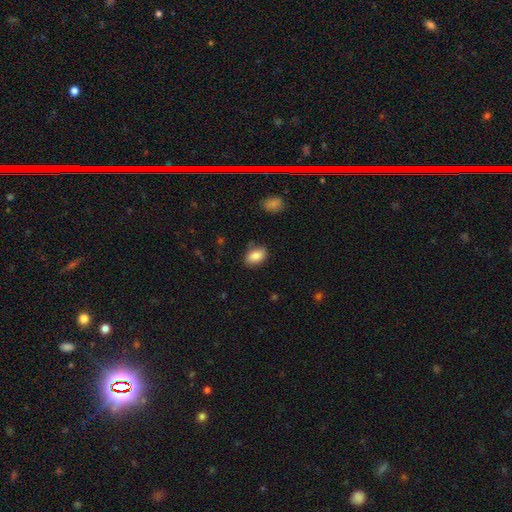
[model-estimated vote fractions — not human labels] Q: Smooth or featured?
A: smooth (87%); runner-up: star or artifact (7%)
Q: How rounded?
A: in between (89%); runner-up: round (9%)
Q: Merging?
A: none (82%); runner-up: minor disturbance (13%)